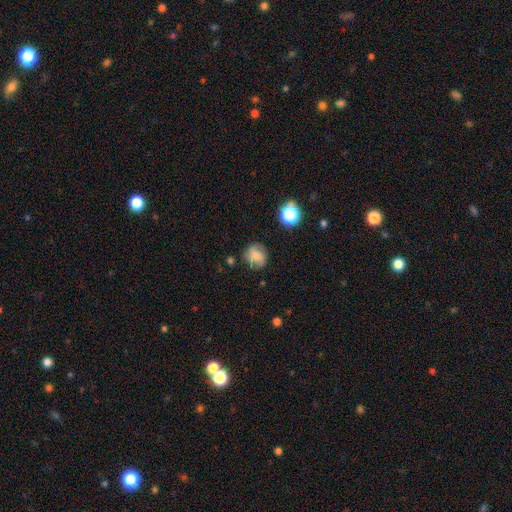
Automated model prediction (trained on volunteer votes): smooth-or-featured: smooth: 67% | featured or disk: 21% | star or artifact: 11%
  how-rounded: round: 84% | in between: 15% | cigar-shaped: 1%
  merging: none: 77% | minor disturbance: 16% | major disturbance: 4% | merger: 2%